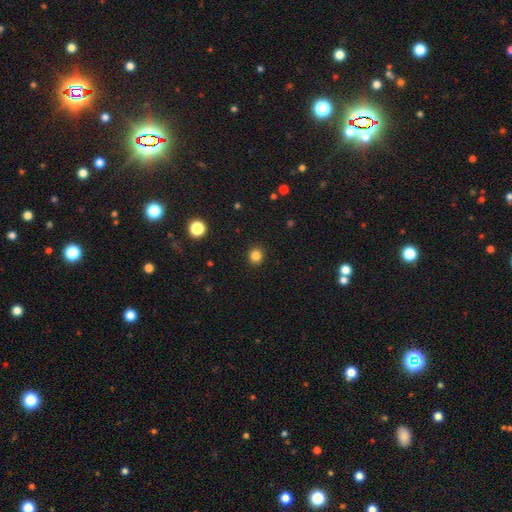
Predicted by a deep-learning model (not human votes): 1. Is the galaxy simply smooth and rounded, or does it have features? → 83% smooth, 13% star or artifact, 4% featured or disk.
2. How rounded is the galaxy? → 91% round, 8% in between, 1% cigar-shaped.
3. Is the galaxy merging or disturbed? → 93% none, 5% minor disturbance, 2% major disturbance, 1% merger.